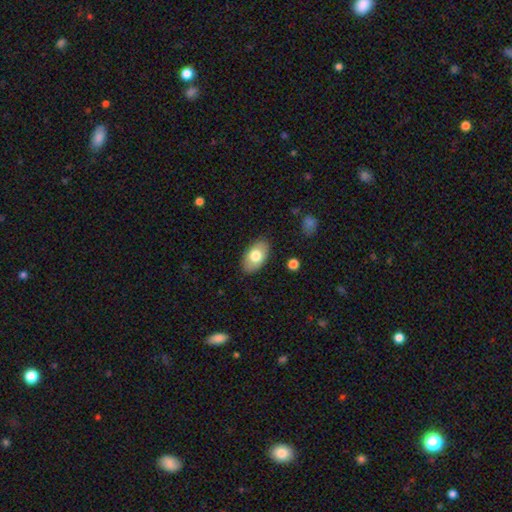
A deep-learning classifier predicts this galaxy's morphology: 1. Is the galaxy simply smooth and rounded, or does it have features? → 75% smooth, 18% featured or disk, 7% star or artifact.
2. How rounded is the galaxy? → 93% in between, 6% round, 1% cigar-shaped.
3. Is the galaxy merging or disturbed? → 86% none, 10% minor disturbance, 2% major disturbance, 1% merger.